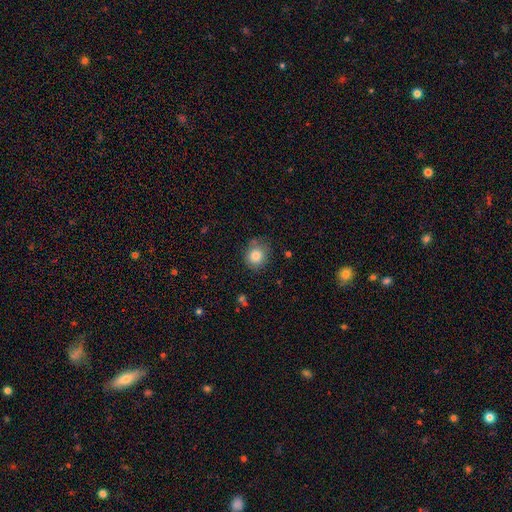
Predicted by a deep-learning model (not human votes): Smooth or featured?
  - smooth: 83% *
  - star or artifact: 10%
  - featured or disk: 7%
How rounded?
  - round: 80% *
  - in between: 19%
  - cigar-shaped: 1%
Merging?
  - none: 74% *
  - minor disturbance: 18%
  - major disturbance: 4%
  - merger: 3%